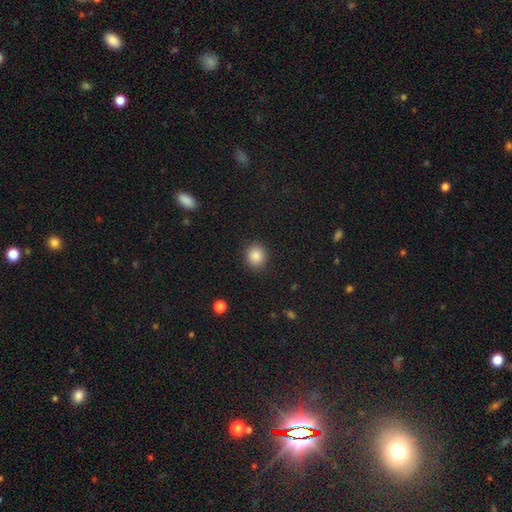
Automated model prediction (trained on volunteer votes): Smooth or featured? Predicted: smooth (p=0.86). How rounded? Predicted: round (p=0.85). Merging? Predicted: none (p=0.90).